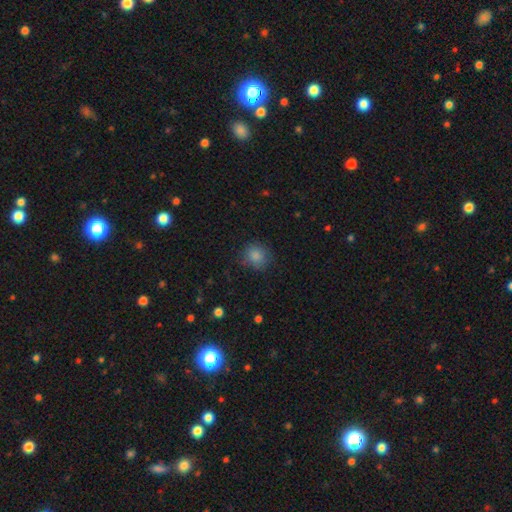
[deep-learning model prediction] Smooth or featured? Predicted: smooth (p=0.84). How rounded? Predicted: round (p=0.87). Merging? Predicted: none (p=0.78).